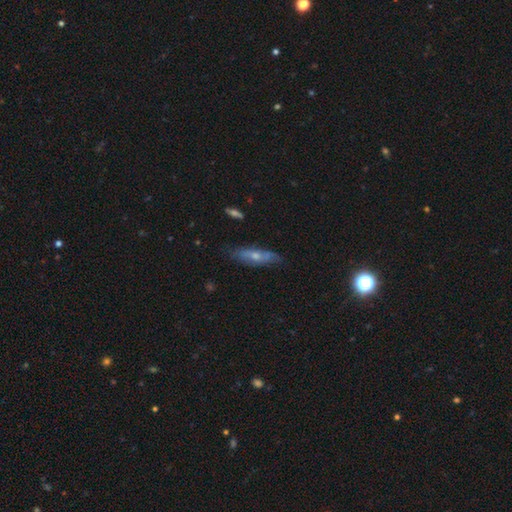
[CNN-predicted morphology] Smooth or featured? featured or disk (50%)
Edge-on disk? yes (51%)
Merging? none (70%)